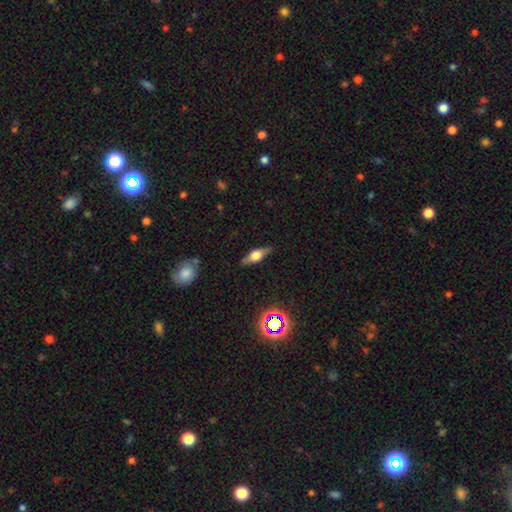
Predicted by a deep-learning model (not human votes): Q: Smooth or featured?
A: featured or disk (57%); runner-up: smooth (35%)
Q: Edge-on disk?
A: yes (92%); runner-up: no (8%)
Q: Edge-on bulge?
A: rounded (90%); runner-up: boxy (8%)
Q: Merging?
A: none (86%); runner-up: minor disturbance (11%)